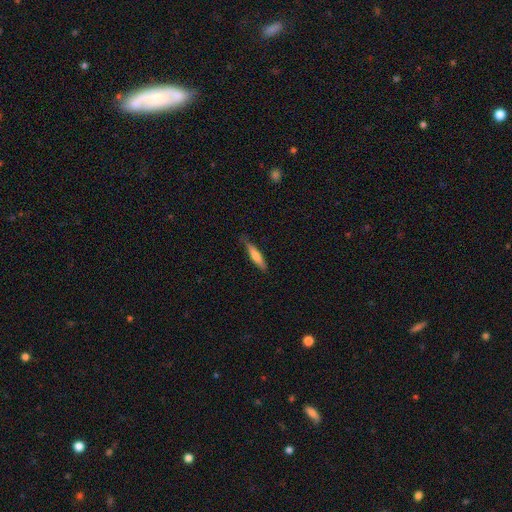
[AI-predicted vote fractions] Smooth or featured? Predicted: smooth (p=0.66). How rounded? Predicted: cigar-shaped (p=0.85). Merging? Predicted: none (p=0.81).